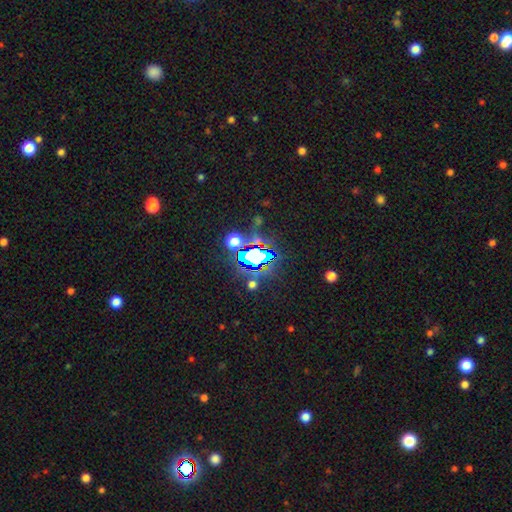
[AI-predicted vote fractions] smooth_or_featured: star or artifact (p=0.66) [alt: smooth p=0.22]